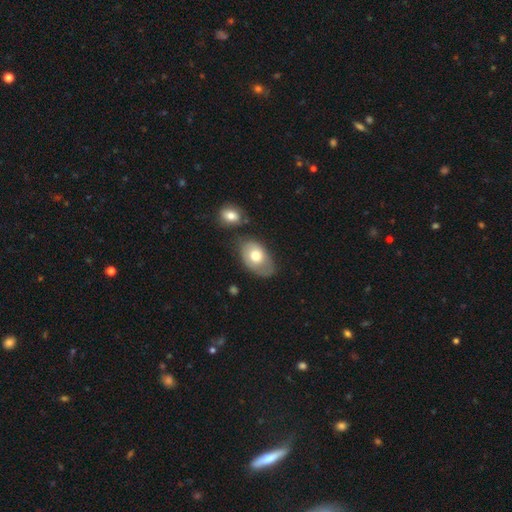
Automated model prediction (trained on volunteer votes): A smooth galaxy with no disk features (67%) that is in between round and cigar-shaped (87%).

Vote fractions:
- Smooth or featured? smooth: 67% / featured or disk: 26% / star or artifact: 7%
- How rounded? in between: 87% / round: 12% / cigar-shaped: 1%
- Merging? none: 57% / minor disturbance: 23% / merger: 12% / major disturbance: 8%